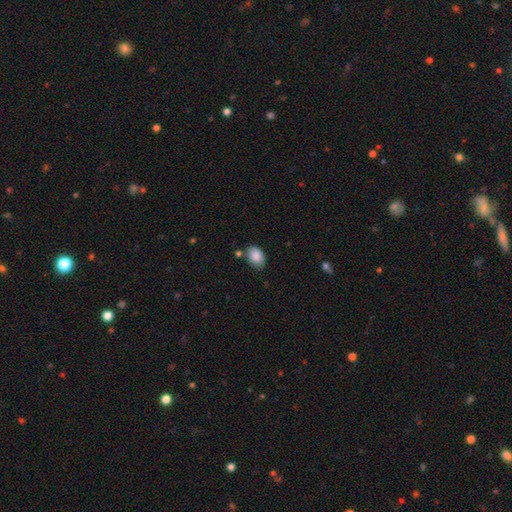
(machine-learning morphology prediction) This is clearly a smooth galaxy (87%). How rounded: clearly in between (82%). Merging: likely none (68%).